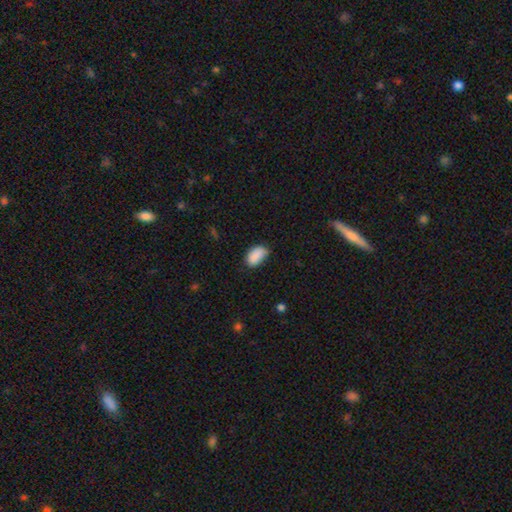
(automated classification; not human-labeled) smooth-or-featured: smooth: 88% | star or artifact: 8% | featured or disk: 4%
  how-rounded: in between: 93% | round: 5% | cigar-shaped: 2%
  merging: none: 68% | minor disturbance: 26% | major disturbance: 4% | merger: 2%